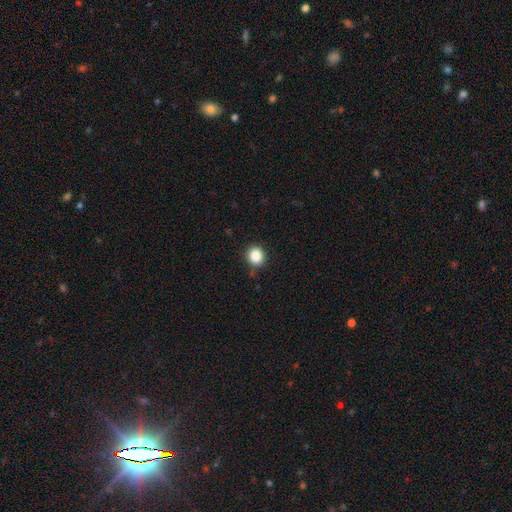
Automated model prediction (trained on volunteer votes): smooth 86%, star or artifact 10%, featured or disk 4%. Down the decision tree: how rounded — round (78%); merging — none (88%).